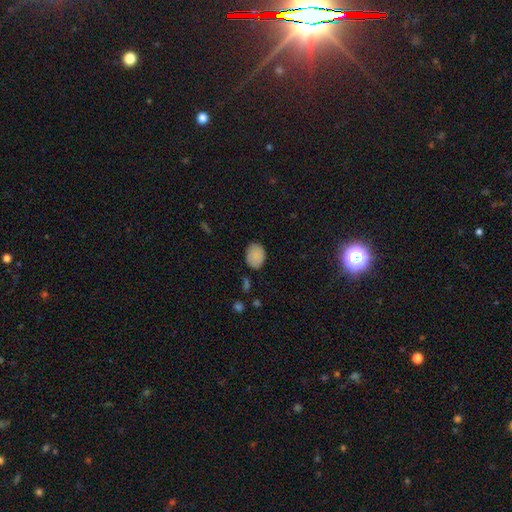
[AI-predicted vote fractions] Overall: smooth (87%). How rounded: in between (59%; round 40%). Merging: none (81%).